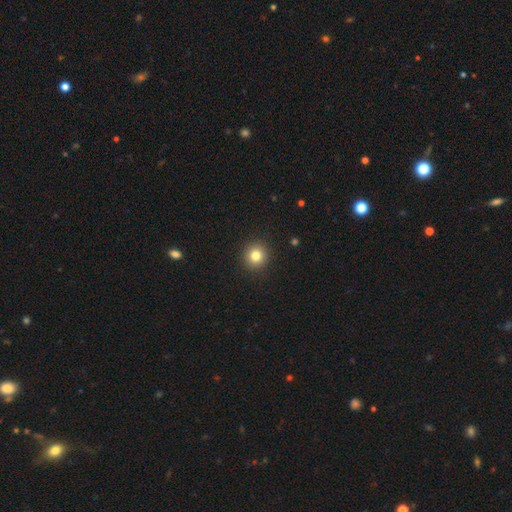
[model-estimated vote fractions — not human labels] smooth_or_featured: smooth (p=0.81) [alt: star or artifact p=0.12]
how_rounded: round (p=0.93) [alt: in between p=0.07]
merging: none (p=0.92) [alt: minor disturbance p=0.05]